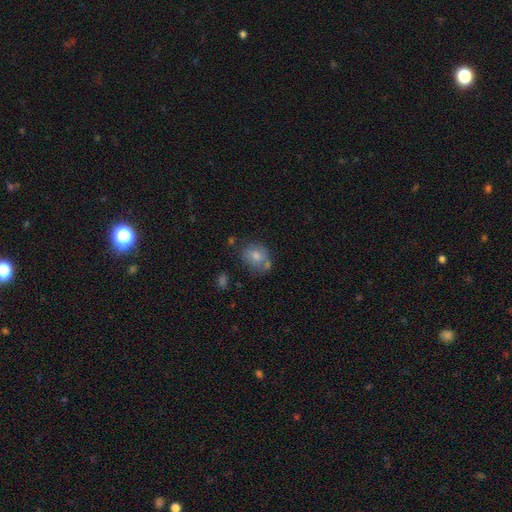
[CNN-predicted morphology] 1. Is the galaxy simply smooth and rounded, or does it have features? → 72% smooth, 19% featured or disk, 9% star or artifact.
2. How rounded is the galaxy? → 50% round, 49% in between, 1% cigar-shaped.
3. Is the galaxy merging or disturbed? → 51% none, 24% minor disturbance, 15% merger, 9% major disturbance.